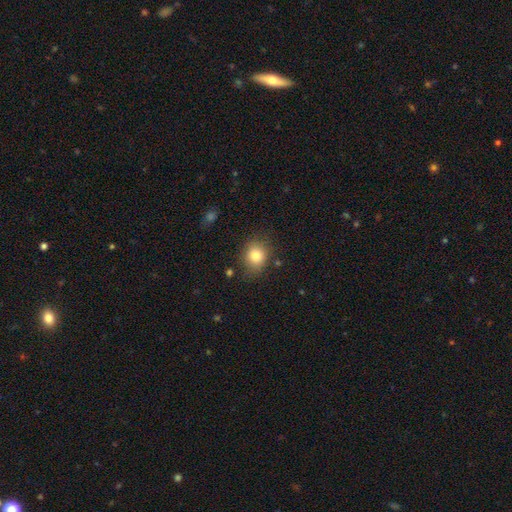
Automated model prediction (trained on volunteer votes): Overall: smooth (82%). How rounded: round (60%; in between 39%). Merging: none (78%).